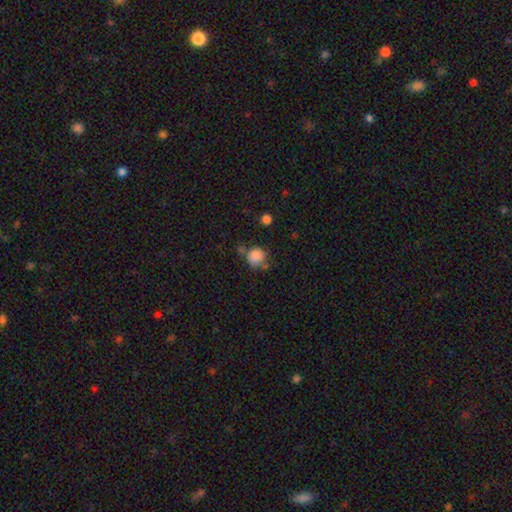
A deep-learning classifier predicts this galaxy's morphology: The model was most divided on "merging": none: 59%, minor disturbance: 20%, merger: 13%, major disturbance: 7%. More confident: smooth or featured — smooth (85%); how rounded — round (83%).